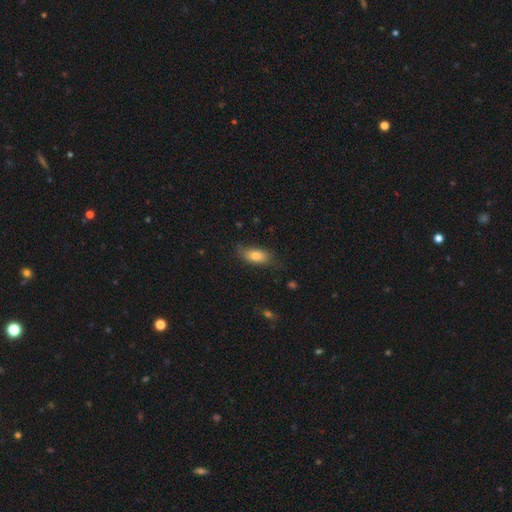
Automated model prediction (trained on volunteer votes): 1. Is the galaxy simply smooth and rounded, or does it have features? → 79% smooth, 13% featured or disk, 8% star or artifact.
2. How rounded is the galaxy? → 87% in between, 8% cigar-shaped, 5% round.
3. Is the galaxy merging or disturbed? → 70% none, 22% minor disturbance, 6% major disturbance, 1% merger.